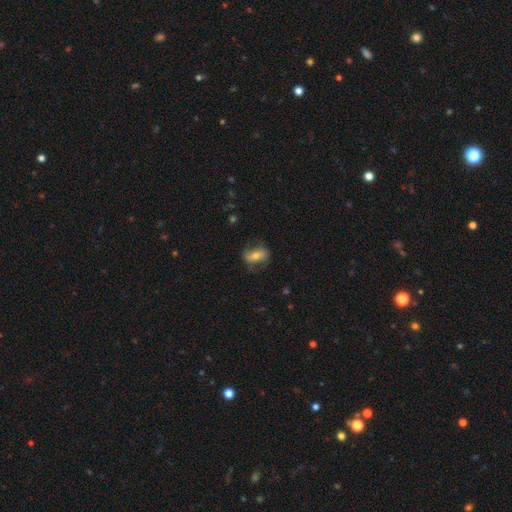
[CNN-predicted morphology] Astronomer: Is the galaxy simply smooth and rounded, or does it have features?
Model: featured or disk — 46%, tied with smooth at 46%.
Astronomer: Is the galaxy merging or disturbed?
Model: none — 66%.